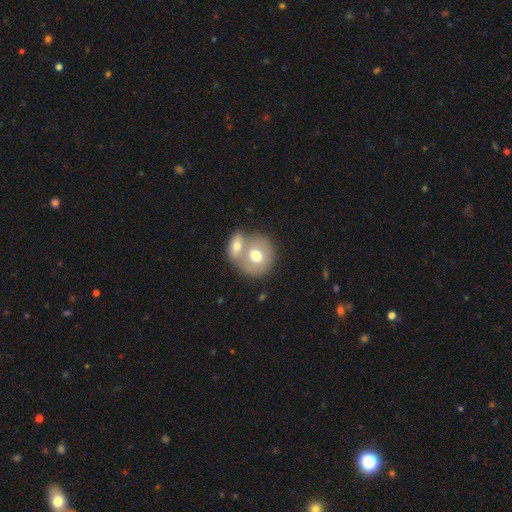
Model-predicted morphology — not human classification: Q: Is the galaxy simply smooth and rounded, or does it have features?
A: smooth — 67%.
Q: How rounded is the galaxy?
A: round — 78%.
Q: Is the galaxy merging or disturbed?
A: merger — 58%.